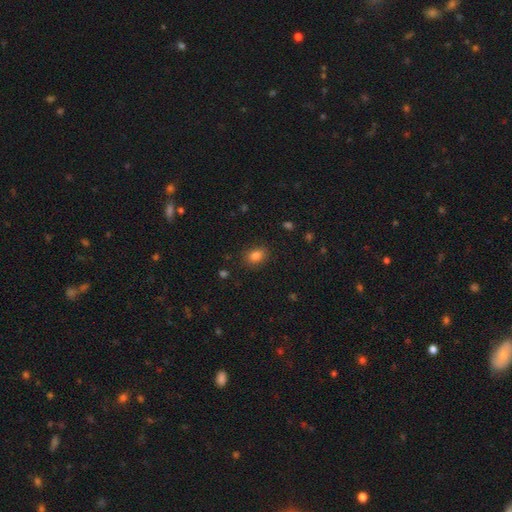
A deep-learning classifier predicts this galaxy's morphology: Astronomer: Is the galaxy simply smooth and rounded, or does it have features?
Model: smooth — 83%.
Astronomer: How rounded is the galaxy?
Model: in between — 60% (runner-up: round, 38%).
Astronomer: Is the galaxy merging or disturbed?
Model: none — 86%.